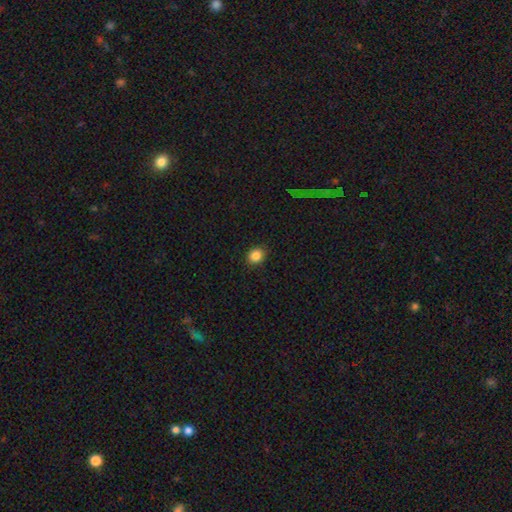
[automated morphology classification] Smooth or featured?
  - smooth: 86% *
  - star or artifact: 10%
  - featured or disk: 4%
How rounded?
  - round: 69% *
  - in between: 30%
  - cigar-shaped: 1%
Merging?
  - none: 90% *
  - minor disturbance: 7%
  - major disturbance: 2%
  - merger: 1%